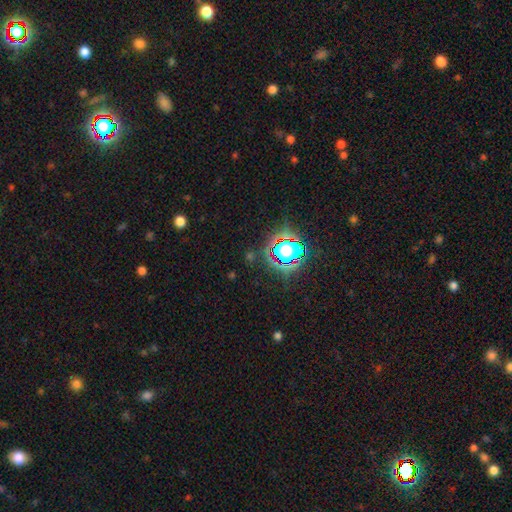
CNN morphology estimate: Smooth or featured: star or artifact — 80% (smooth — 12%)